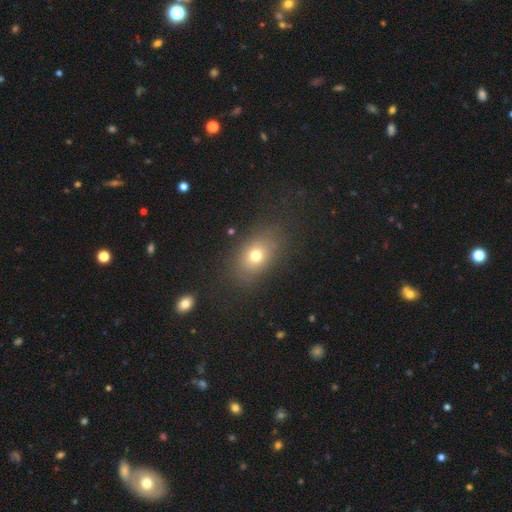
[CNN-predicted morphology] Smooth or featured?
  - smooth: 71% *
  - featured or disk: 15%
  - star or artifact: 14%
How rounded?
  - in between: 68% *
  - round: 30%
  - cigar-shaped: 2%
Merging?
  - none: 79% *
  - minor disturbance: 12%
  - major disturbance: 7%
  - merger: 2%